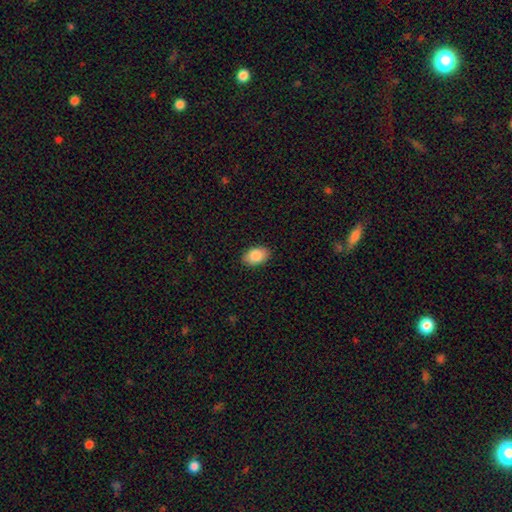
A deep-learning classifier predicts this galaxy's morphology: smooth_or_featured: smooth (p=0.86) [alt: featured or disk p=0.07]
how_rounded: in between (p=0.90) [alt: round p=0.09]
merging: none (p=0.89) [alt: minor disturbance p=0.08]